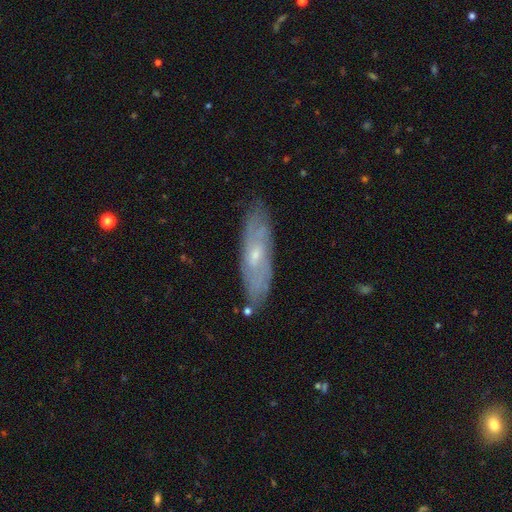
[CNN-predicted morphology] Smooth or featured?
  - featured or disk: 64% *
  - smooth: 29%
  - star or artifact: 7%
Edge-on disk?
  - no: 69% *
  - yes: 31%
Merging?
  - none: 82% *
  - minor disturbance: 14%
  - major disturbance: 3%
  - merger: 2%